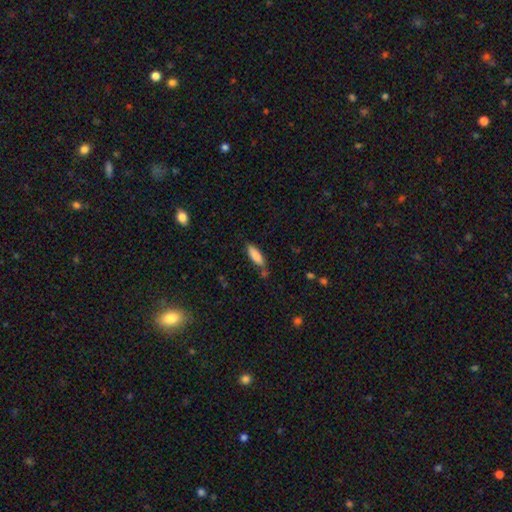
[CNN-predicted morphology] A smooth galaxy with no disk features (83%) that is in between round and cigar-shaped (54%).

Vote fractions:
- Smooth or featured? smooth: 83% / featured or disk: 10% / star or artifact: 7%
- How rounded? in between: 54% / cigar-shaped: 44% / round: 2%
- Merging? none: 67% / minor disturbance: 20% / merger: 8% / major disturbance: 5%